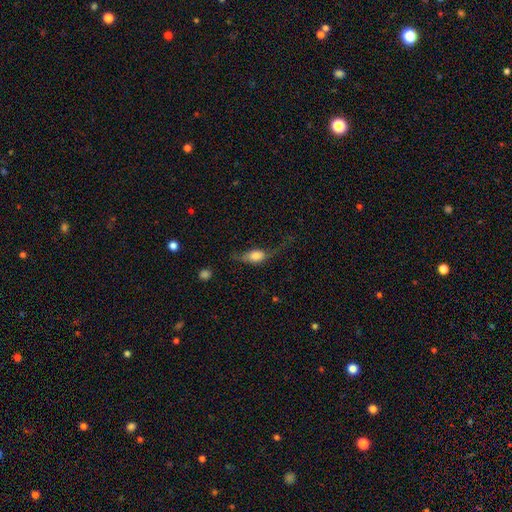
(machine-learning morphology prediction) Smooth or featured? smooth (56%)
How rounded? in between (76%)
Merging? major disturbance (41%)